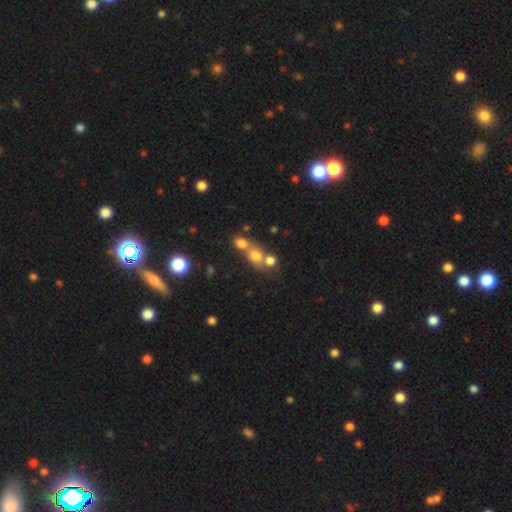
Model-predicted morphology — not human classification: Smooth or featured? smooth (68%)
How rounded? round (65%)
Merging? merger (54%)